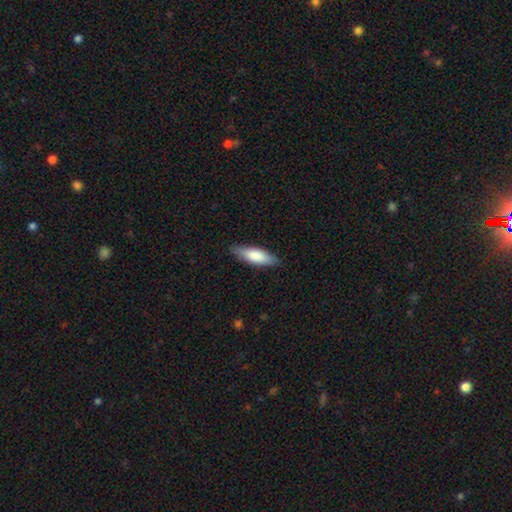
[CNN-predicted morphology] Smooth or featured? smooth (79%)
How rounded? in between (57%)
Merging? none (84%)